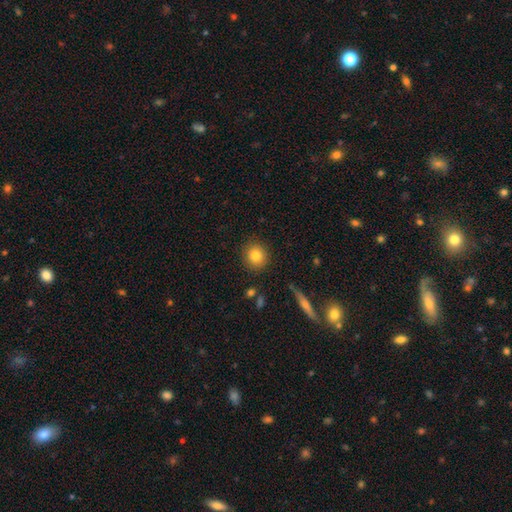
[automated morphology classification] This is clearly a smooth galaxy (82%). How rounded: clearly round (88%). Merging: clearly none (89%).